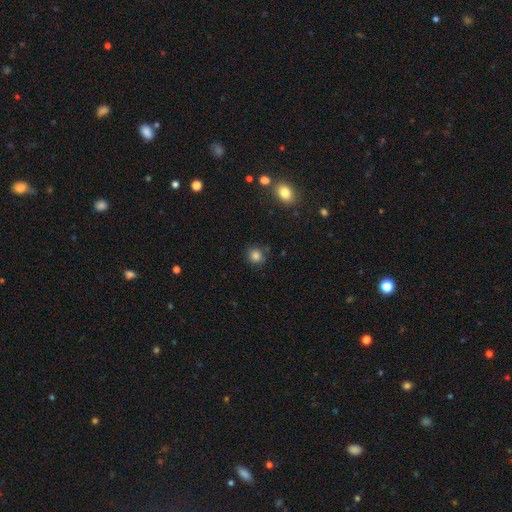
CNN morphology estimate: A smooth galaxy with no disk features (83%) that is round (85%).

Vote fractions:
- Smooth or featured? smooth: 83% / star or artifact: 12% / featured or disk: 5%
- How rounded? round: 85% / in between: 14% / cigar-shaped: 1%
- Merging? none: 83% / minor disturbance: 12% / major disturbance: 3% / merger: 2%